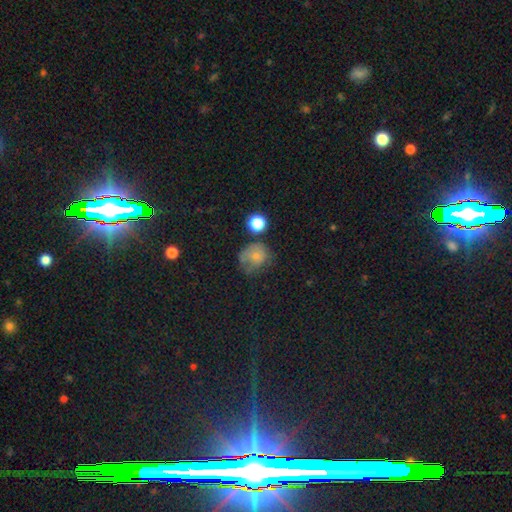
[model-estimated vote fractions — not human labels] A smooth galaxy with no disk features (66%) that is round (74%). Merging: none (43%).